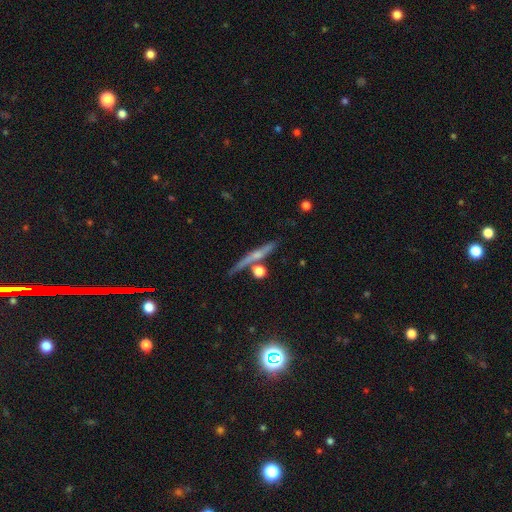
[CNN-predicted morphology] smooth_or_featured: featured or disk (p=0.55) [alt: smooth p=0.34]
disk_edge_on: yes (p=0.92) [alt: no p=0.08]
edge_on_bulge: rounded (p=0.51) [alt: none p=0.41]
merging: none (p=0.71) [alt: minor disturbance p=0.14]